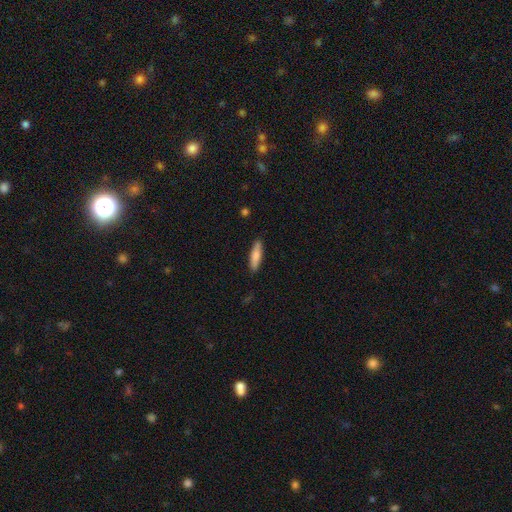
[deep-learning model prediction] smooth 76%, featured or disk 18%, star or artifact 6%. Down the decision tree: how rounded — cigar-shaped (70%); merging — none (88%).